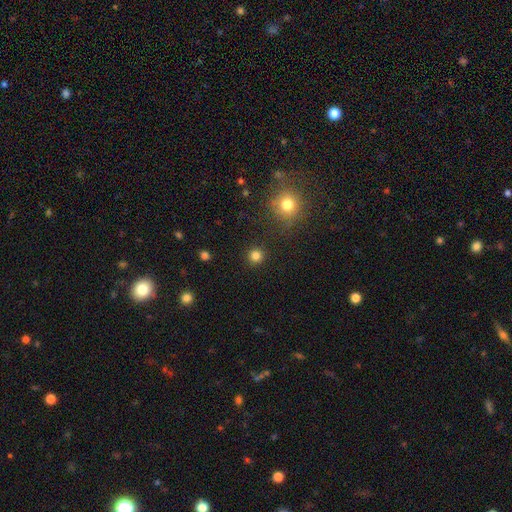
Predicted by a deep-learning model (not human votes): Morphology: type=smooth (82%); roundness=round (95%); merging=none (91%).